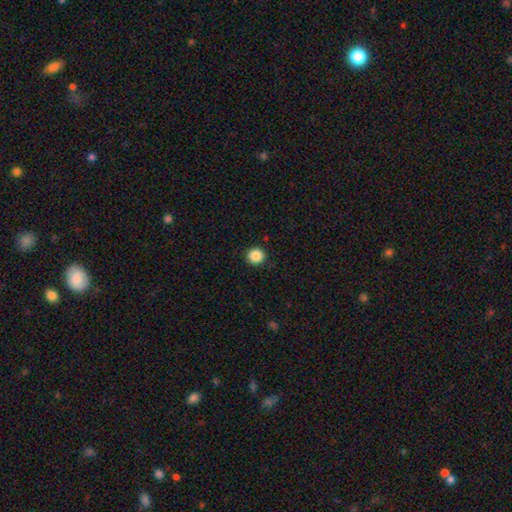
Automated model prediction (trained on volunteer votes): smooth-or-featured: smooth: 87% | star or artifact: 10% | featured or disk: 3%
  how-rounded: round: 94% | in between: 5% | cigar-shaped: 1%
  merging: none: 92% | minor disturbance: 5% | major disturbance: 2% | merger: 1%